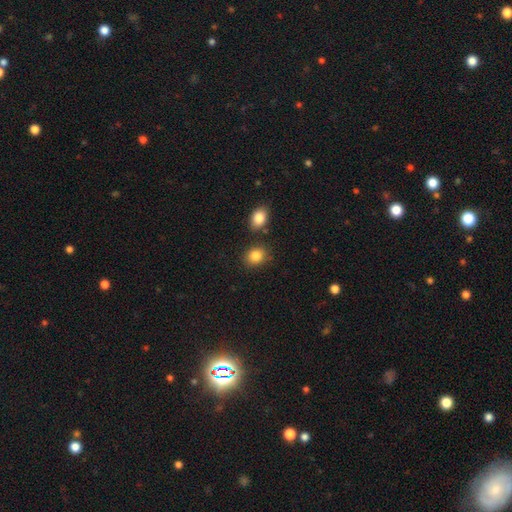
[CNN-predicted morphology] Smooth or featured: smooth — 86% (star or artifact — 9%)
How rounded: round — 57% (in between — 42%)
Merging: none — 80% (minor disturbance — 10%)